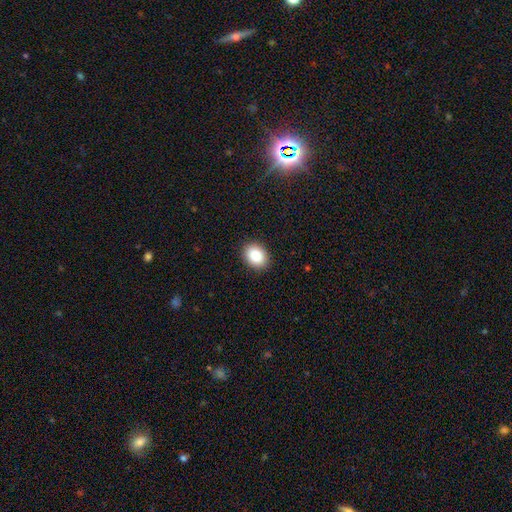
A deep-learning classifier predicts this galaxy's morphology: Overall: smooth (89%). How rounded: in between (65%; round 34%). Merging: none (90%).